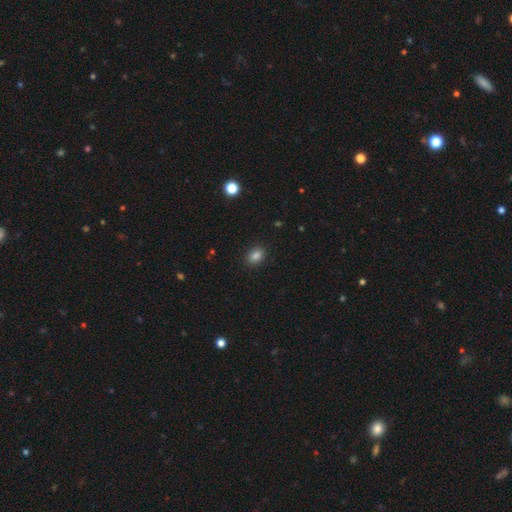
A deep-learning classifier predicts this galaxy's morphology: type=smooth (85%); roundness=in between (69%); merging=none (89%).